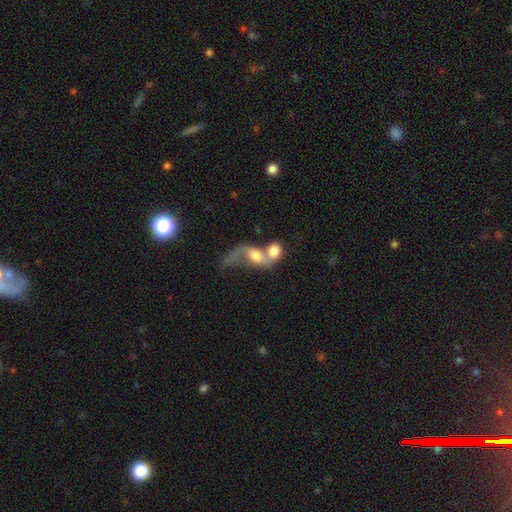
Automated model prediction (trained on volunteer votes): smooth 55%, featured or disk 36%, star or artifact 9%. Down the decision tree: how rounded — in between (64%); merging — merger (74%).